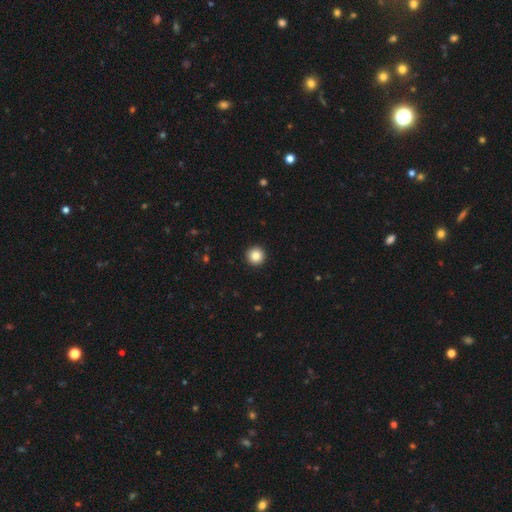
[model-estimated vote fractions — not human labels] smooth_or_featured: smooth (p=0.85) [alt: star or artifact p=0.10]
how_rounded: round (p=0.97) [alt: in between p=0.02]
merging: none (p=0.94) [alt: minor disturbance p=0.04]